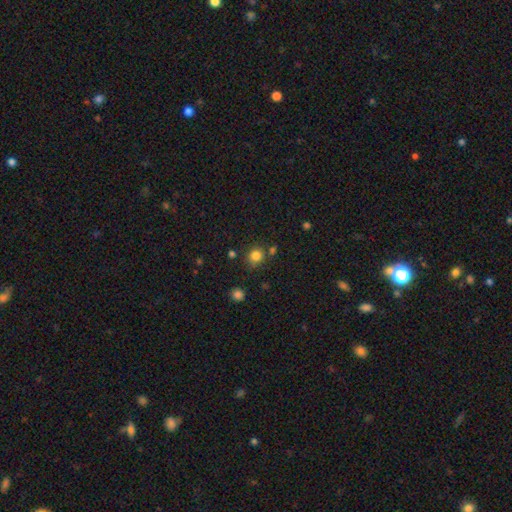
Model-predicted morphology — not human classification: This is clearly a smooth galaxy (82%). How rounded: clearly round (85%). Merging: likely none (75%).